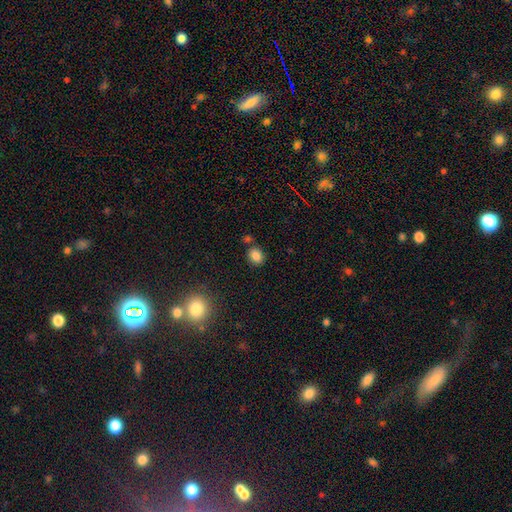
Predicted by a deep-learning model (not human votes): smooth 84%, star or artifact 11%, featured or disk 5%. Down the decision tree: how rounded — in between (50%); merging — none (73%).